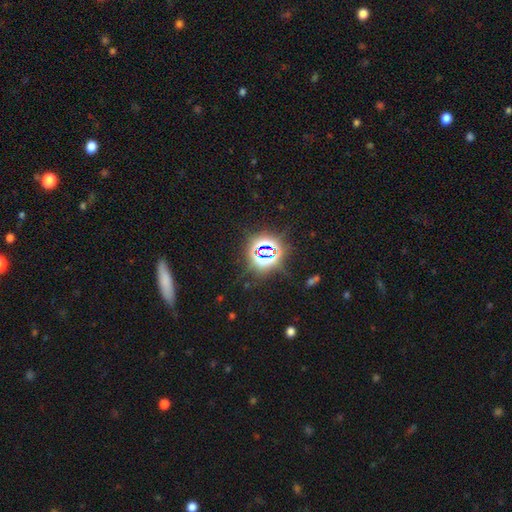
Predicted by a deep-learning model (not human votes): The model was most divided on "smooth or featured": star or artifact: 71%, smooth: 19%, featured or disk: 10%.